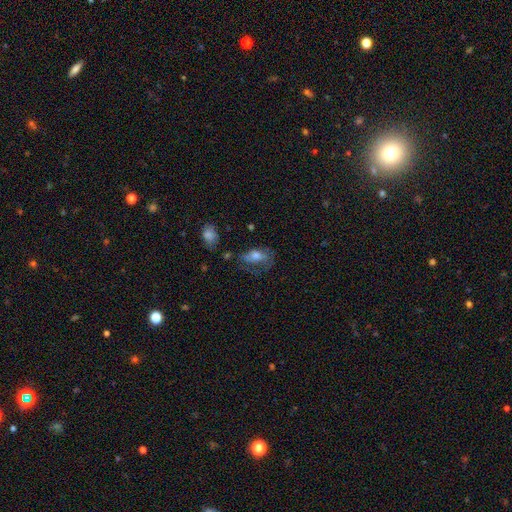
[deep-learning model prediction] Smooth or featured: smooth — 52% (featured or disk — 37%)
How rounded: in between — 84% (round — 10%)
Merging: none — 39% (major disturbance — 31%)